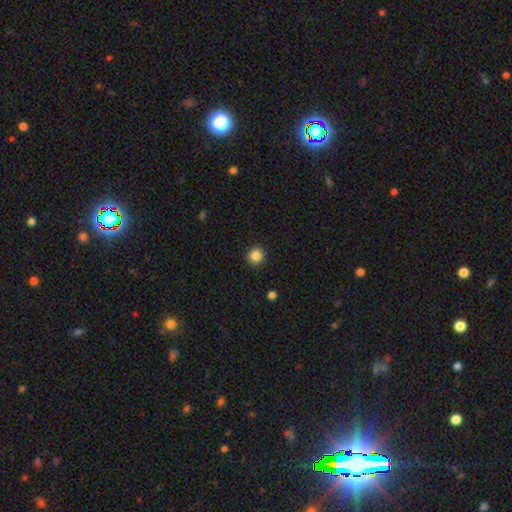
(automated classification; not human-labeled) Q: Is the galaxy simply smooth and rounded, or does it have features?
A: smooth — 85%.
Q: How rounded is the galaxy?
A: round — 93%.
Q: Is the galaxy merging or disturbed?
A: none — 92%.